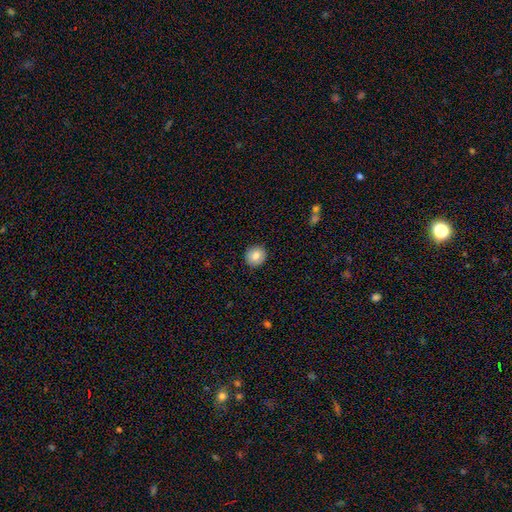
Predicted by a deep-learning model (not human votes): A smooth galaxy with no disk features (83%) that is round (90%).

Vote fractions:
- Smooth or featured? smooth: 83% / featured or disk: 10% / star or artifact: 8%
- How rounded? round: 90% / in between: 9% / cigar-shaped: 1%
- Merging? none: 91% / minor disturbance: 6% / major disturbance: 2% / merger: 1%